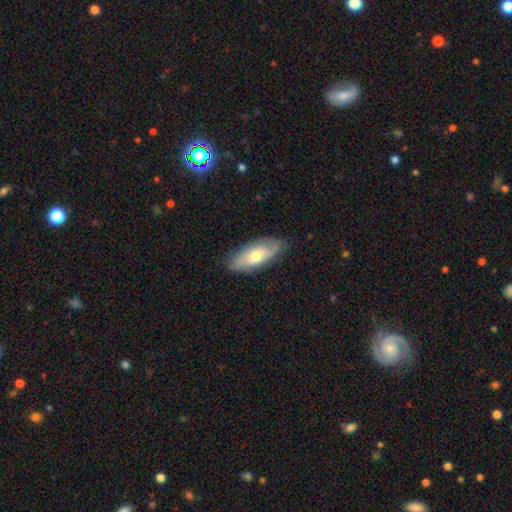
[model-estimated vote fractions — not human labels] Q: Smooth or featured?
A: smooth (57%); runner-up: featured or disk (37%)
Q: How rounded?
A: in between (79%); runner-up: cigar-shaped (18%)
Q: Merging?
A: none (79%); runner-up: minor disturbance (17%)